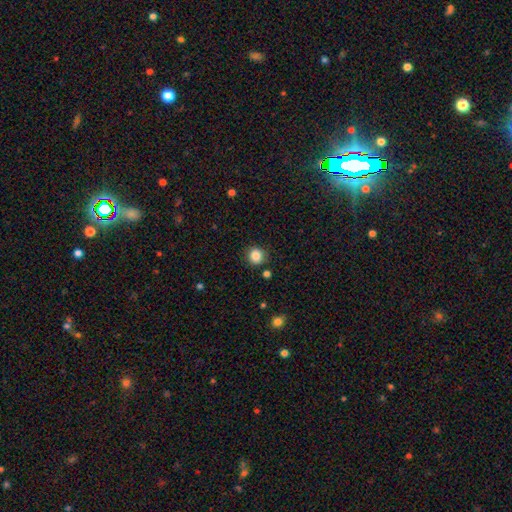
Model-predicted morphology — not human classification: A smooth galaxy with no disk features (85%) that is round (89%).

Vote fractions:
- Smooth or featured? smooth: 85% / star or artifact: 11% / featured or disk: 4%
- How rounded? round: 89% / in between: 10% / cigar-shaped: 1%
- Merging? none: 86% / minor disturbance: 9% / merger: 3% / major disturbance: 3%